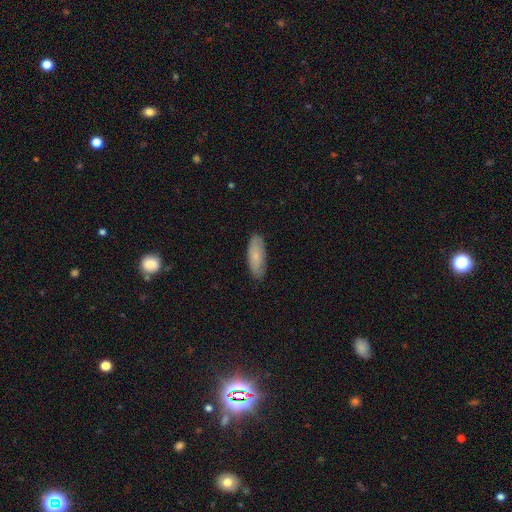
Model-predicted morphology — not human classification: Smooth or featured? smooth (77%)
How rounded? in between (66%)
Merging? none (85%)